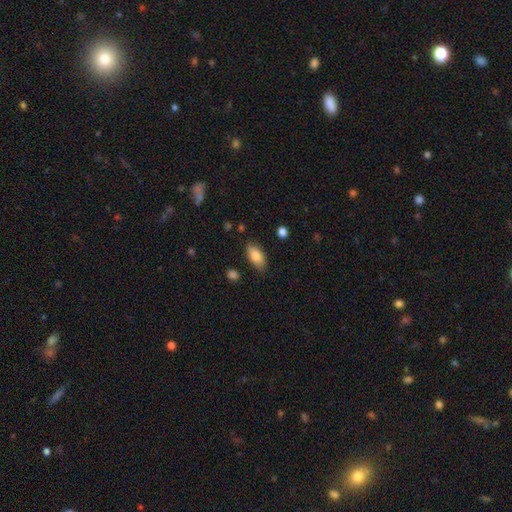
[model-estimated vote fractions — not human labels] smooth-or-featured: smooth: 83% | featured or disk: 10% | star or artifact: 7%
  how-rounded: in between: 89% | cigar-shaped: 8% | round: 3%
  merging: none: 83% | minor disturbance: 12% | major disturbance: 3% | merger: 2%